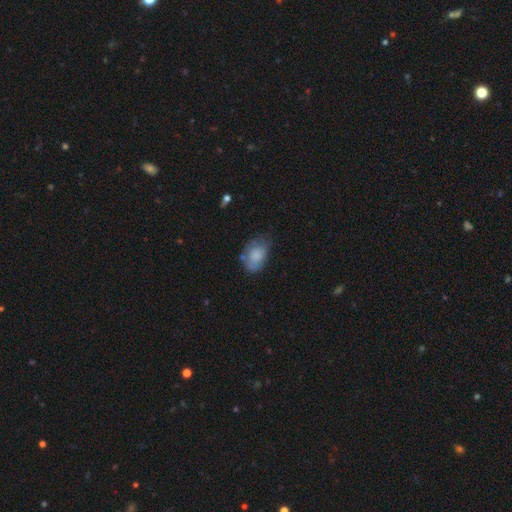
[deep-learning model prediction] The model was most divided on "merging": none: 51%, minor disturbance: 33%, major disturbance: 12%, merger: 5%. More confident: how rounded — in between (86%); smooth or featured — smooth (78%).